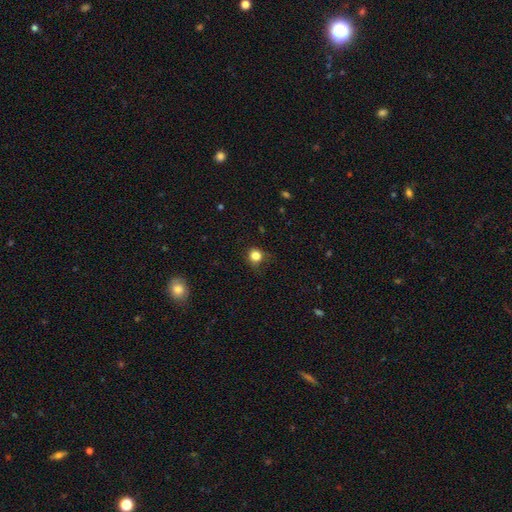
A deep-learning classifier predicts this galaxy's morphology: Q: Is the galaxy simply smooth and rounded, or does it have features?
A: smooth — 83%.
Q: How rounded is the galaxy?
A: round — 87%.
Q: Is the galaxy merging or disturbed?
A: none — 72%.